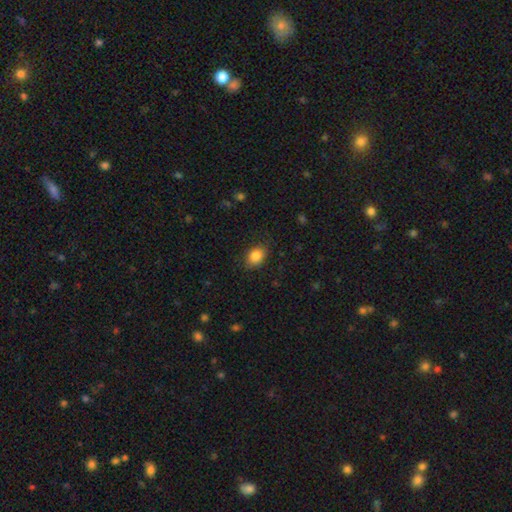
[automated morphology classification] This appears to be a smooth galaxy with no disk features (85%) that is in between round and cigar-shaped (75%). Merging: none (82%).